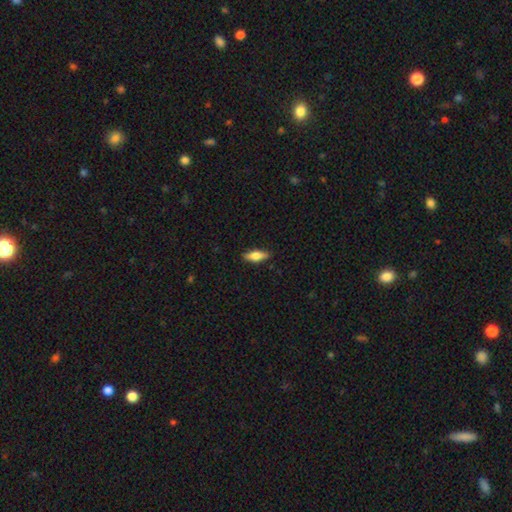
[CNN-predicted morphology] Smooth or featured? Predicted: smooth (p=0.65). How rounded? Predicted: in between (p=0.59). Merging? Predicted: none (p=0.87).